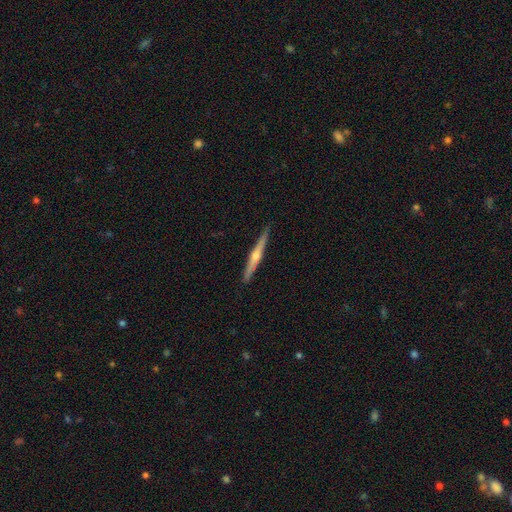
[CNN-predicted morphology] A featured or disk galaxy (70%) viewed edge-on (98%) with a rounded central bulge (85%). Merging: none (91%).